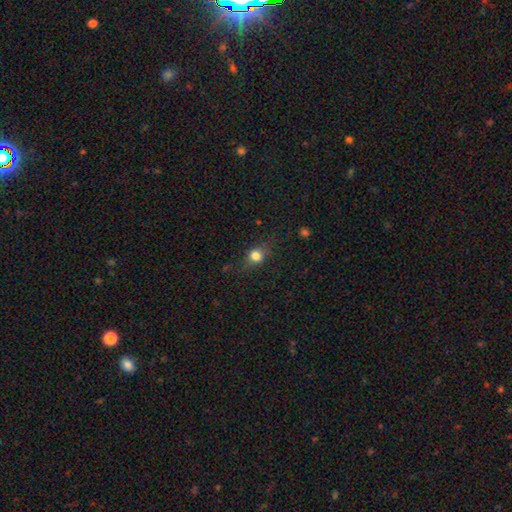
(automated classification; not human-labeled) Smooth or featured? smooth (72%)
How rounded? round (65%)
Merging? none (74%)